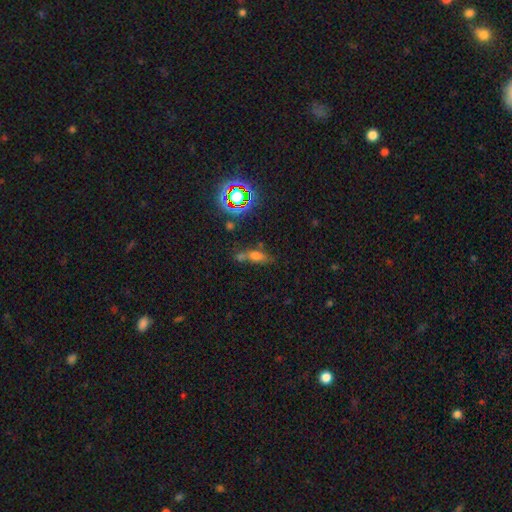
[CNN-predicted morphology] Smooth or featured: smooth — 56% (star or artifact — 25%)
How rounded: in between — 56% (cigar-shaped — 35%)
Merging: none — 48% (merger — 24%)